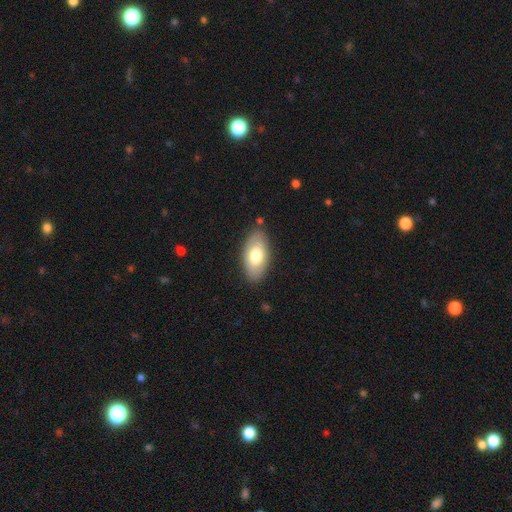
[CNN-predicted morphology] Overall: smooth (71%). How rounded: in between (93%). Merging: none (84%).